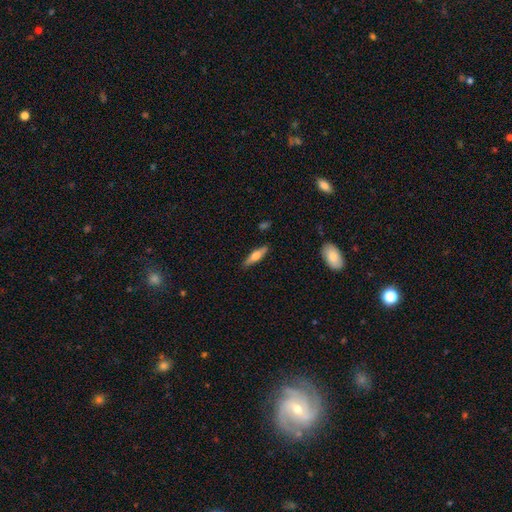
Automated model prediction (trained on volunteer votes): smooth_or_featured: smooth (p=0.52) [alt: featured or disk p=0.42]
how_rounded: cigar-shaped (p=0.67) [alt: in between p=0.31]
merging: none (p=0.87) [alt: minor disturbance p=0.10]